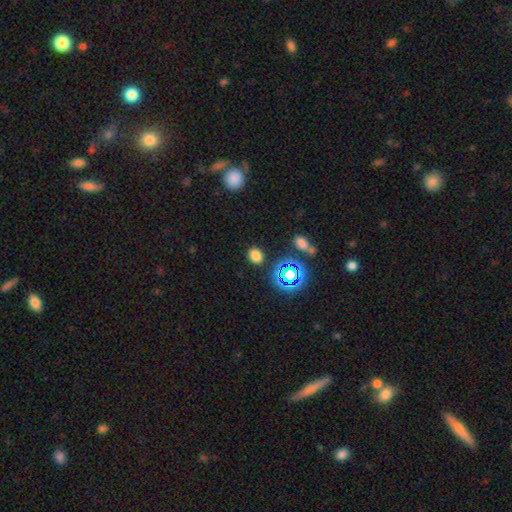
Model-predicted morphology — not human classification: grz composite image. It shows a smooth galaxy with no disk features (73%) that is round (54%). Merging: none (86%).